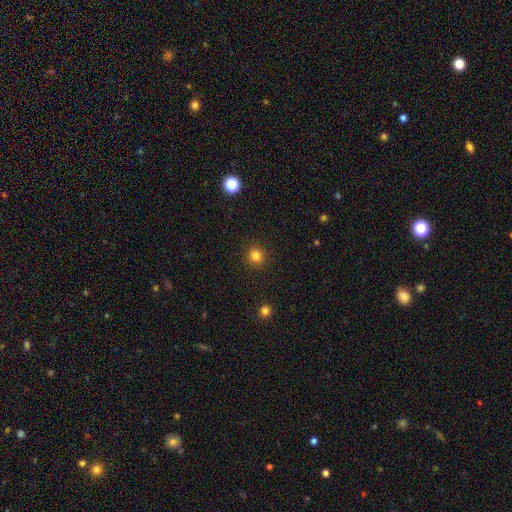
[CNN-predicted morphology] Q: Smooth or featured?
A: smooth (81%); runner-up: star or artifact (14%)
Q: How rounded?
A: round (92%); runner-up: in between (7%)
Q: Merging?
A: none (91%); runner-up: minor disturbance (5%)